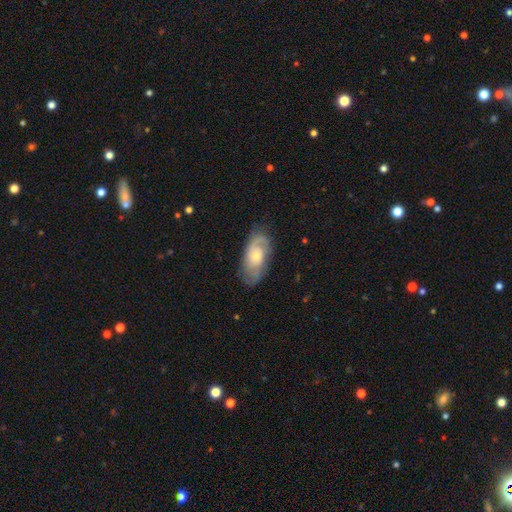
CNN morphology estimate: A featured or disk galaxy (69%) with no bar (75%), 2 (50%) tight (43%) spiral arms (88%) and a small central bulge (50%).

Vote fractions:
- Smooth or featured? featured or disk: 69% / smooth: 25% / star or artifact: 6%
- Edge-on disk? no: 93% / yes: 7%
- Bar? no: 75% / weak: 22% / strong: 3%
- Spiral arms? yes: 88% / no: 12%
- Spiral winding? tight: 43% / medium: 40% / loose: 17%
- Spiral arm count? 2: 50% / can't tell: 27% / 1: 10% / 3: 8% / 4: 2% / more than 4: 2%
- Bulge size? small: 50% / moderate: 45% / large: 3% / none: 2% / dominant: 1%
- Merging? none: 72% / minor disturbance: 19% / major disturbance: 7% / merger: 1%